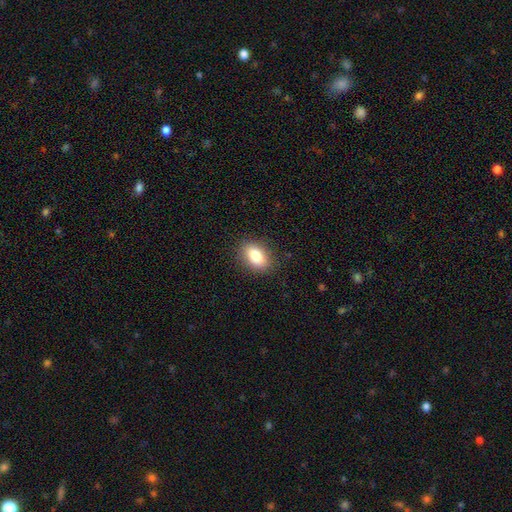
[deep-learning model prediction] smooth_or_featured: smooth (p=0.83) [alt: featured or disk p=0.09]
how_rounded: in between (p=0.82) [alt: round p=0.16]
merging: none (p=0.87) [alt: minor disturbance p=0.09]